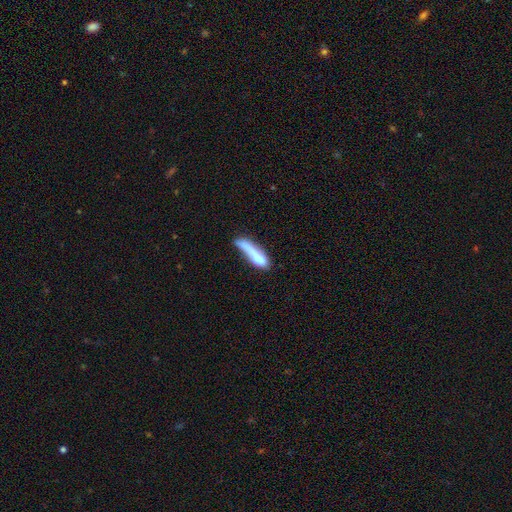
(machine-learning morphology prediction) Smooth or featured?
  - smooth: 65% *
  - featured or disk: 28%
  - star or artifact: 8%
How rounded?
  - cigar-shaped: 77% *
  - in between: 20%
  - round: 3%
Merging?
  - none: 31% *
  - minor disturbance: 25%
  - major disturbance: 24%
  - merger: 20%